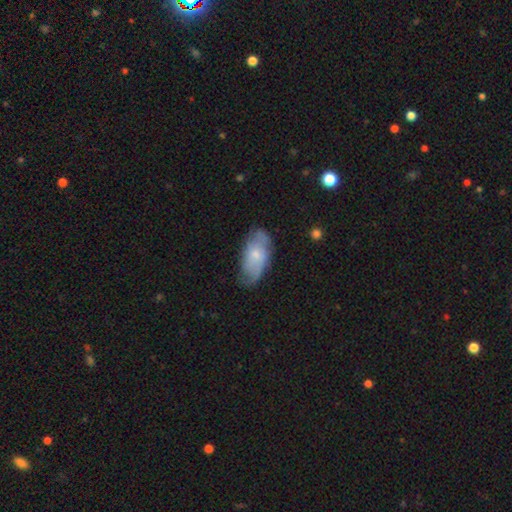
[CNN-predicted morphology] Smooth or featured: smooth — 52% (featured or disk — 41%)
How rounded: in between — 92% (cigar-shaped — 4%)
Merging: none — 58% (minor disturbance — 30%)